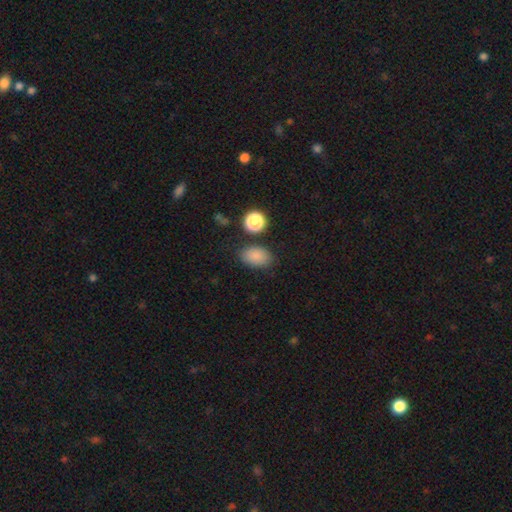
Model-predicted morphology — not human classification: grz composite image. It shows a smooth galaxy with no disk features (85%) that is in between round and cigar-shaped (86%). Merging: none (80%).